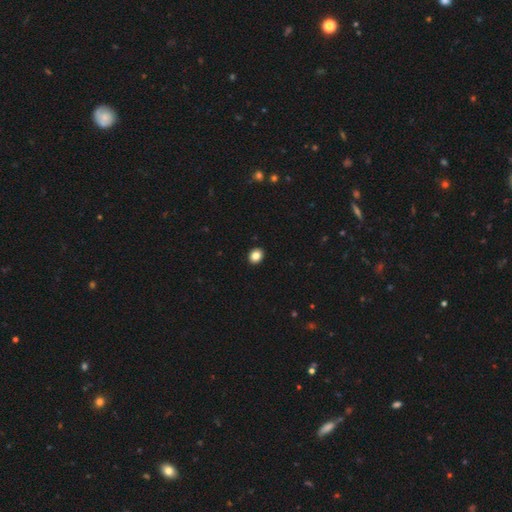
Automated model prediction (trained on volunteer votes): A smooth galaxy with no disk features (85%) that is round (62%). Merging: none (93%).